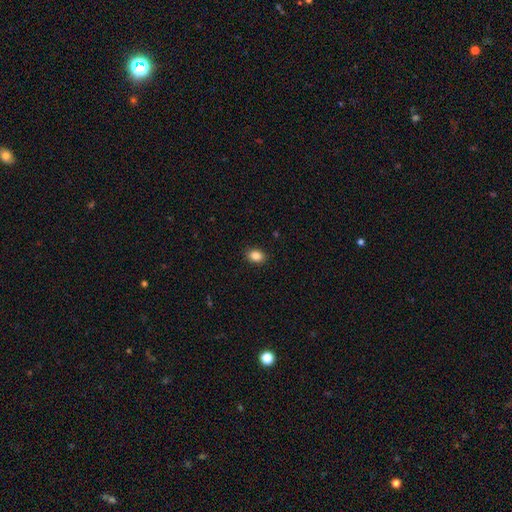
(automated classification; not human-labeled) This appears to be a smooth galaxy with no disk features (87%) that is in between round and cigar-shaped (72%). Merging: none (90%).